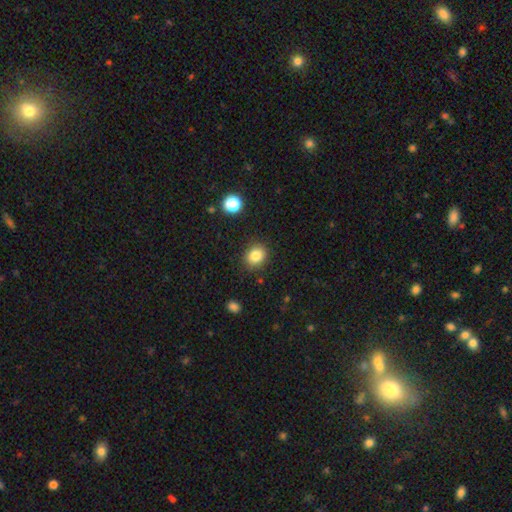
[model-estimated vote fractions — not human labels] Morphology: type=smooth (84%); roundness=round (68%); merging=none (87%).